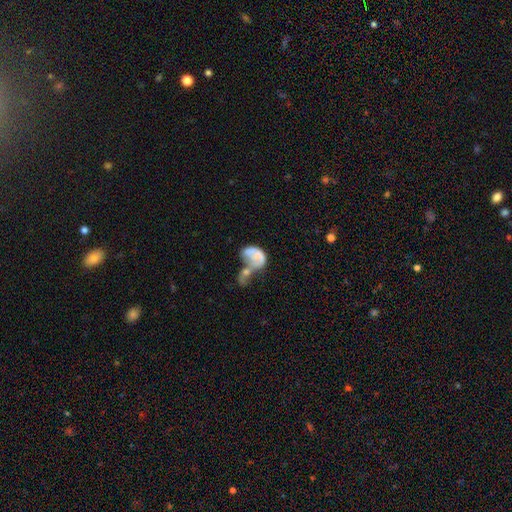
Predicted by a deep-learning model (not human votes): Smooth or featured: smooth — 49% (featured or disk — 42%)
Merging: merger — 58% (major disturbance — 25%)